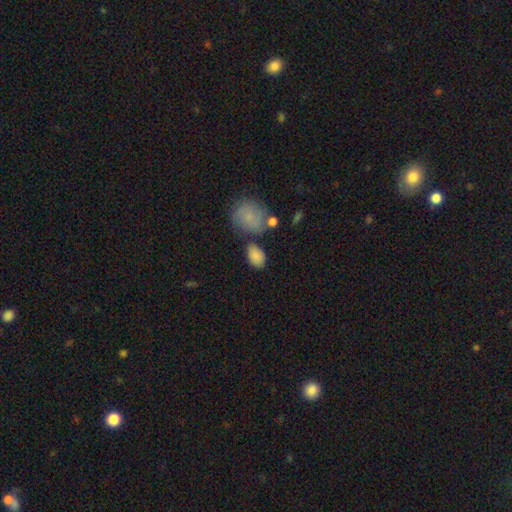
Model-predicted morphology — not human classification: Q: Smooth or featured?
A: smooth (84%); runner-up: featured or disk (9%)
Q: How rounded?
A: in between (85%); runner-up: round (13%)
Q: Merging?
A: none (60%); runner-up: minor disturbance (19%)